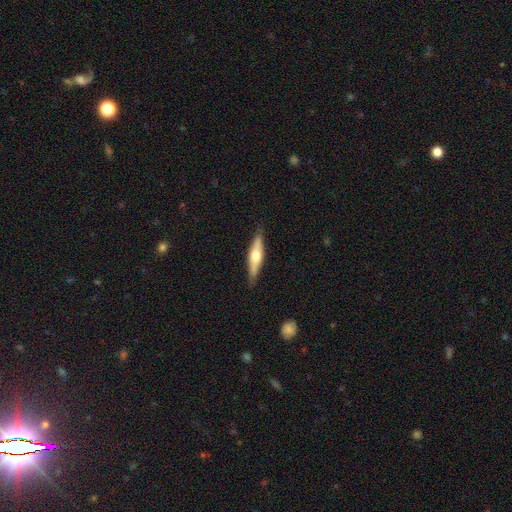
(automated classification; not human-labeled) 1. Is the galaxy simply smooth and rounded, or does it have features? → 57% featured or disk, 38% smooth, 5% star or artifact.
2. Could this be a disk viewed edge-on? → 92% yes, 8% no.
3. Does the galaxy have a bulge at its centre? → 92% rounded, 5% boxy, 3% none.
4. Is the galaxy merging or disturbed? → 86% none, 11% minor disturbance, 2% major disturbance, 1% merger.